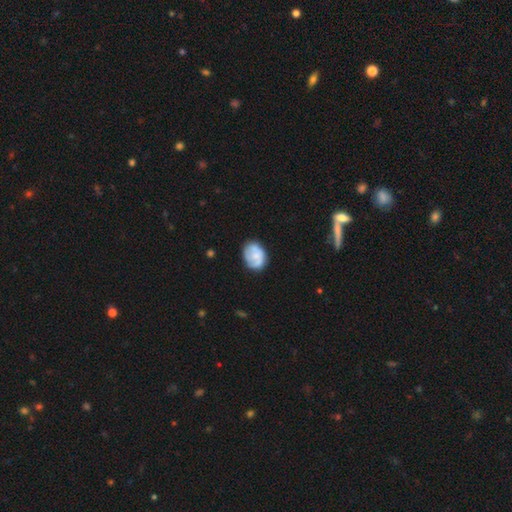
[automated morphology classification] Smooth or featured?
  - smooth: 65% *
  - featured or disk: 28%
  - star or artifact: 7%
How rounded?
  - in between: 69% *
  - round: 30%
  - cigar-shaped: 1%
Merging?
  - none: 67% *
  - minor disturbance: 24%
  - major disturbance: 6%
  - merger: 2%